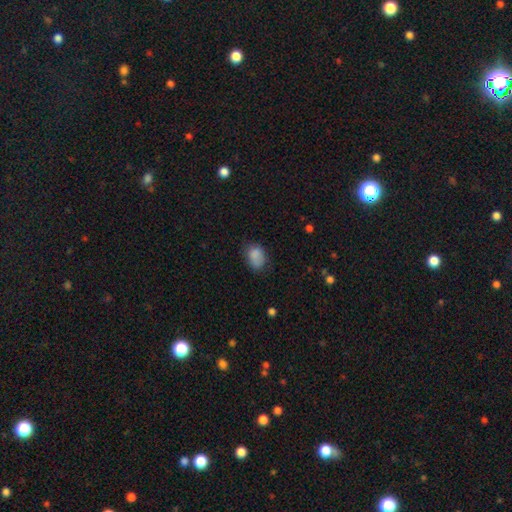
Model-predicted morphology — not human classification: Q: Smooth or featured?
A: smooth (83%); runner-up: star or artifact (10%)
Q: How rounded?
A: in between (71%); runner-up: round (28%)
Q: Merging?
A: none (61%); runner-up: minor disturbance (27%)